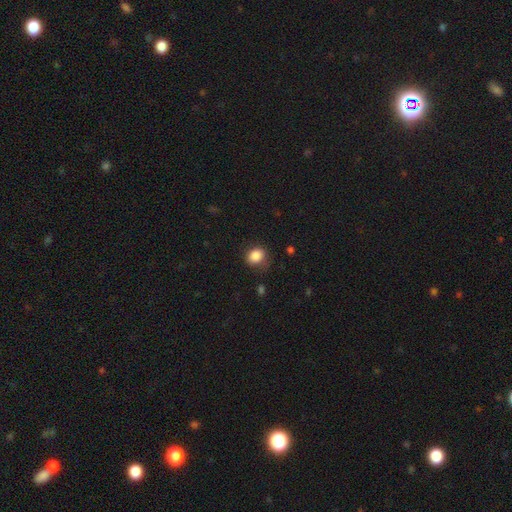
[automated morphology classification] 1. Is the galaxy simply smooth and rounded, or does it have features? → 86% smooth, 10% star or artifact, 5% featured or disk.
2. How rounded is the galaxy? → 62% round, 37% in between, 1% cigar-shaped.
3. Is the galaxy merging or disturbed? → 71% none, 21% minor disturbance, 6% major disturbance, 1% merger.